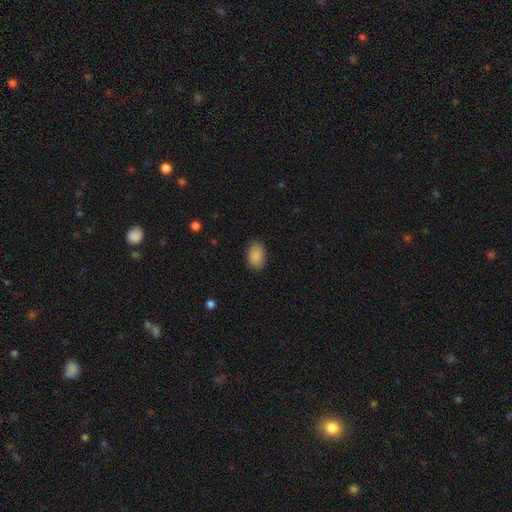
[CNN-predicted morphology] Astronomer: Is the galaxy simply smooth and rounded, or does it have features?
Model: smooth — 89%.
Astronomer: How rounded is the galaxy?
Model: in between — 87%.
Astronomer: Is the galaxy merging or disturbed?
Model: none — 85%.